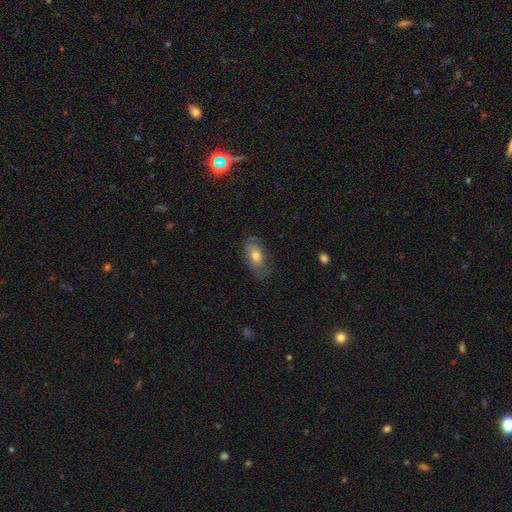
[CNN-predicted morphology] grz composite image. It shows a smooth galaxy with no disk features (68%) that is in between round and cigar-shaped (89%). Merging: none (70%).